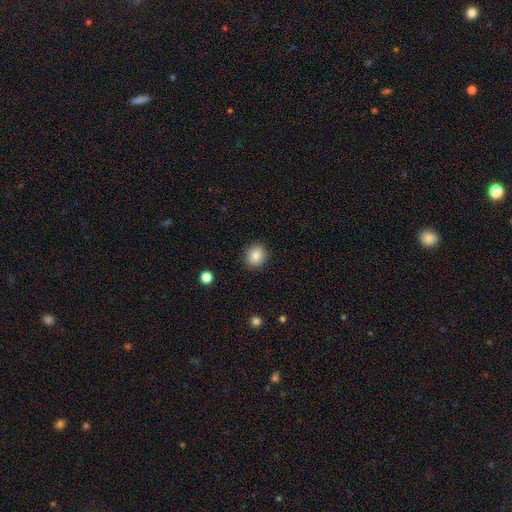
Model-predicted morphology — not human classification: Smooth or featured?
  - smooth: 85% *
  - star or artifact: 9%
  - featured or disk: 6%
How rounded?
  - round: 80% *
  - in between: 19%
  - cigar-shaped: 1%
Merging?
  - none: 90% *
  - minor disturbance: 7%
  - major disturbance: 2%
  - merger: 1%